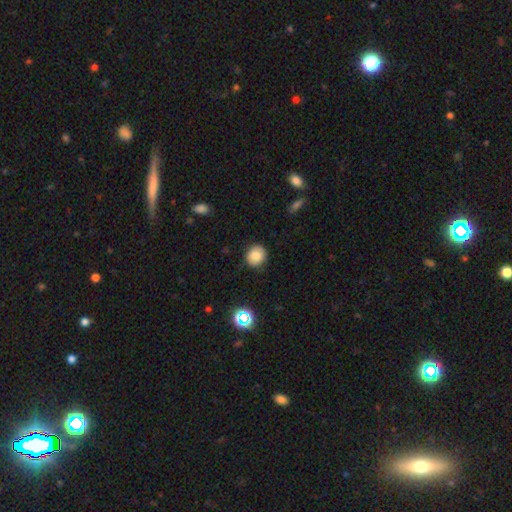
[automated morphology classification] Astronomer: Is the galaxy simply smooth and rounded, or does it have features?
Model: smooth — 81%.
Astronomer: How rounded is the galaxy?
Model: round — 84%.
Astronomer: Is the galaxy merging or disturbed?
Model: none — 88%.